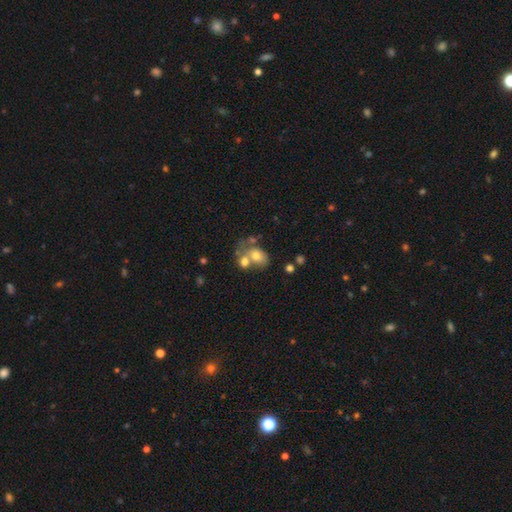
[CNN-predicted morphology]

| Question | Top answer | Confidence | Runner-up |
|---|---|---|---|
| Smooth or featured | smooth | 67% | featured or disk (23%) |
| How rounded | in between | 67% | round (32%) |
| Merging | merger | 54% | none (25%) |